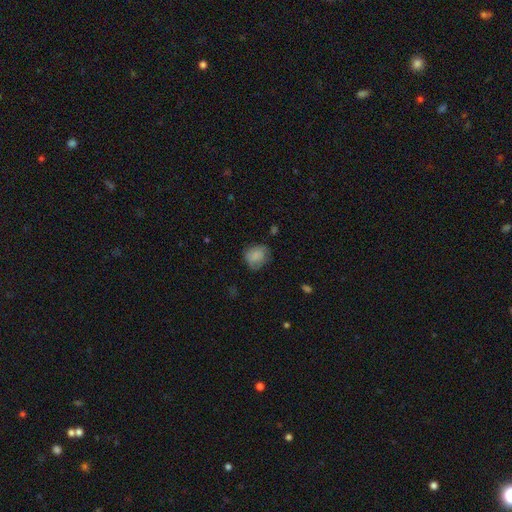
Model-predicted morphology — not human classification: This appears to be a smooth galaxy with no disk features (79%) that is round (64%). Merging: none (61%).